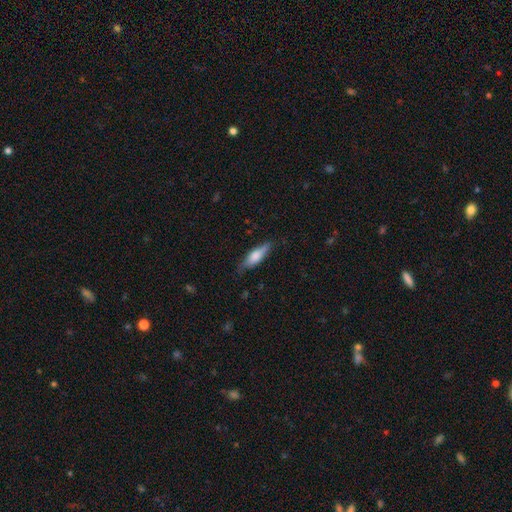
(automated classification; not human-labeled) smooth-or-featured: smooth: 69% | featured or disk: 25% | star or artifact: 6%
  how-rounded: cigar-shaped: 50% | in between: 48% | round: 2%
  merging: none: 73% | minor disturbance: 22% | major disturbance: 4% | merger: 1%